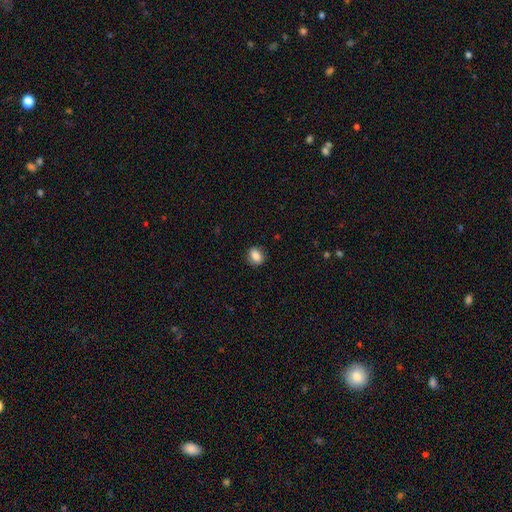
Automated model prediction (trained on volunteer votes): A smooth galaxy with no disk features (85%) that is in between round and cigar-shaped (56%).

Vote fractions:
- Smooth or featured? smooth: 85% / star or artifact: 9% / featured or disk: 6%
- How rounded? in between: 56% / round: 43% / cigar-shaped: 2%
- Merging? none: 86% / minor disturbance: 11% / major disturbance: 3% / merger: 1%